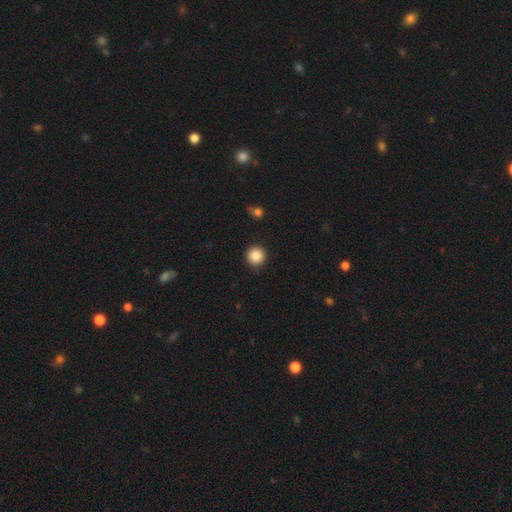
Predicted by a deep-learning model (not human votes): Smooth or featured: smooth — 86% (star or artifact — 9%)
How rounded: round — 95% (in between — 4%)
Merging: none — 90% (minor disturbance — 7%)